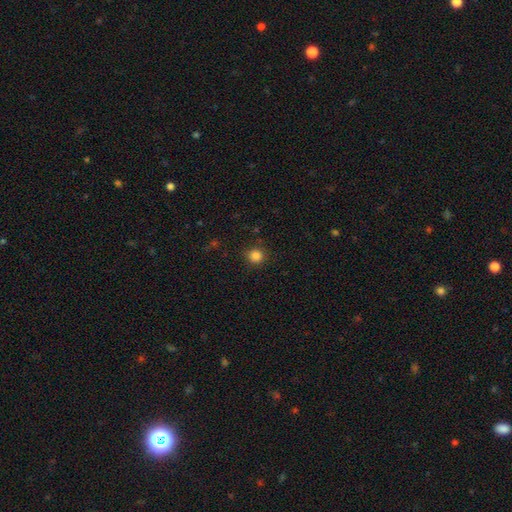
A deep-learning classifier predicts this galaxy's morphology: A smooth galaxy with no disk features (85%) that is round (92%).

Vote fractions:
- Smooth or featured? smooth: 85% / star or artifact: 12% / featured or disk: 3%
- How rounded? round: 92% / in between: 7% / cigar-shaped: 1%
- Merging? none: 88% / minor disturbance: 8% / major disturbance: 3% / merger: 1%